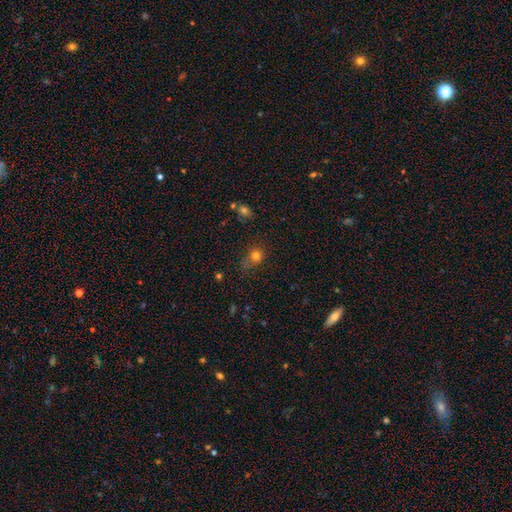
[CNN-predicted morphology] smooth-or-featured: smooth: 75% | star or artifact: 17% | featured or disk: 8%
  how-rounded: round: 74% | in between: 24% | cigar-shaped: 2%
  merging: none: 52% | minor disturbance: 26% | major disturbance: 14% | merger: 8%